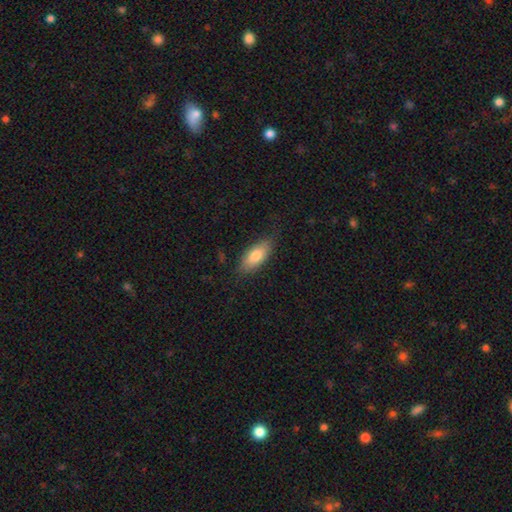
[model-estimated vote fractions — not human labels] Smooth or featured: smooth — 77% (featured or disk — 17%)
How rounded: in between — 83% (cigar-shaped — 15%)
Merging: none — 79% (minor disturbance — 16%)